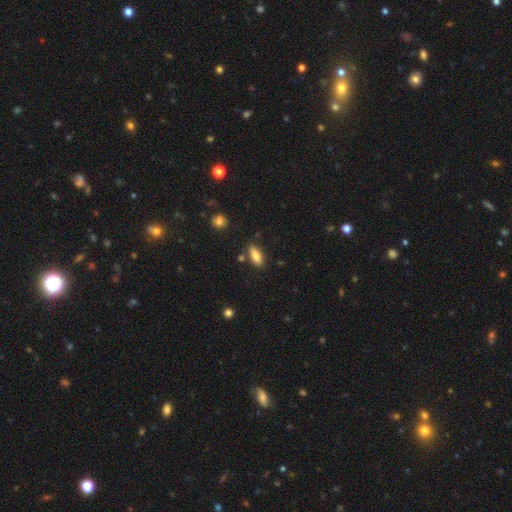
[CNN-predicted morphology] This is clearly a smooth galaxy (81%). How rounded: likely in between (78%). Merging: clearly none (81%).